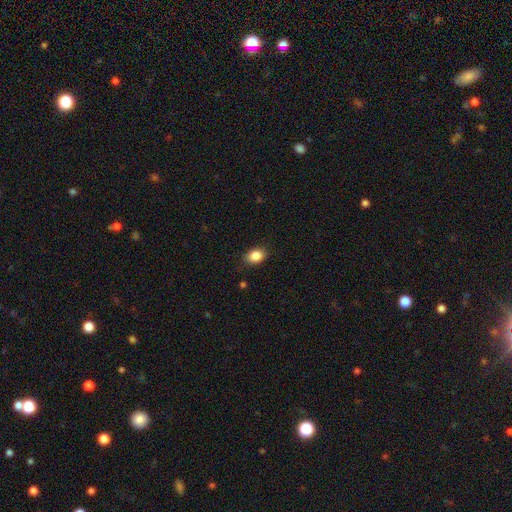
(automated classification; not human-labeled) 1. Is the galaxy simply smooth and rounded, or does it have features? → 86% smooth, 9% star or artifact, 5% featured or disk.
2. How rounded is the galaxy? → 69% in between, 30% round, 1% cigar-shaped.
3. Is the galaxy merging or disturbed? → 86% none, 11% minor disturbance, 2% major disturbance, 1% merger.